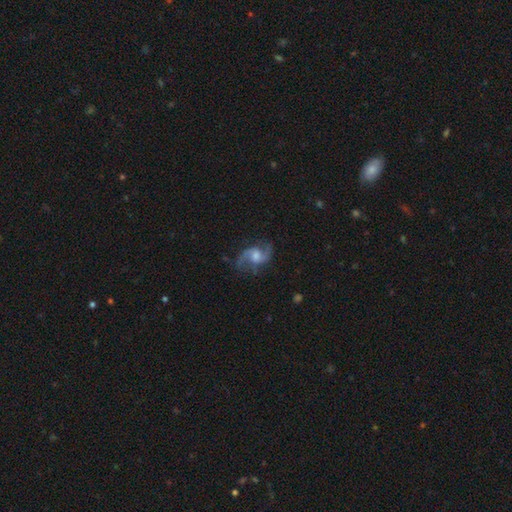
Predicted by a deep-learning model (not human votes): Smooth or featured: featured or disk — 86% (smooth — 8%)
Edge-on disk: no — 98% (yes — 2%)
Bar: no — 47% (weak — 45%)
Spiral arms: yes — 97% (no — 3%)
Spiral winding: loose — 51% (medium — 42%)
Spiral arm count: 2 — 91% (can't tell — 3%)
Bulge size: moderate — 49% (small — 24%)
Merging: none — 72% (minor disturbance — 17%)